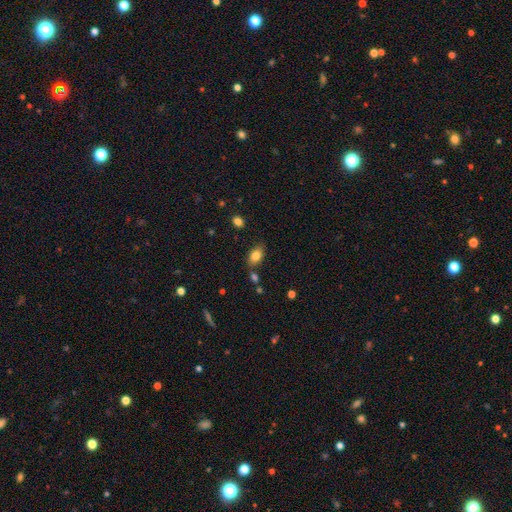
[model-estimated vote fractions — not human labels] A smooth galaxy with no disk features (83%) that is in between round and cigar-shaped (88%). Merging: none (76%).